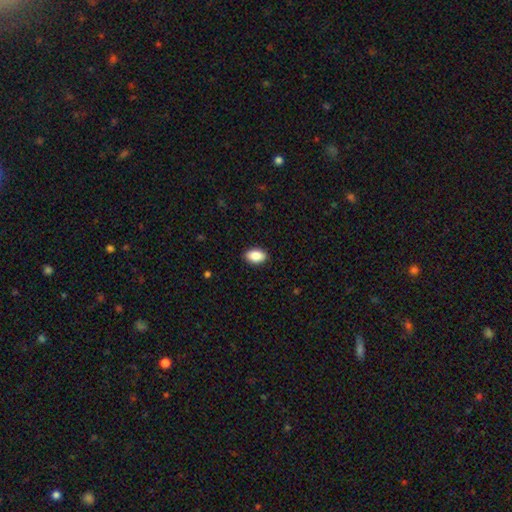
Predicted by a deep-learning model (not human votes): Smooth or featured?
  - smooth: 88% *
  - star or artifact: 7%
  - featured or disk: 5%
How rounded?
  - in between: 91% *
  - round: 7%
  - cigar-shaped: 2%
Merging?
  - none: 89% *
  - minor disturbance: 8%
  - major disturbance: 2%
  - merger: 1%